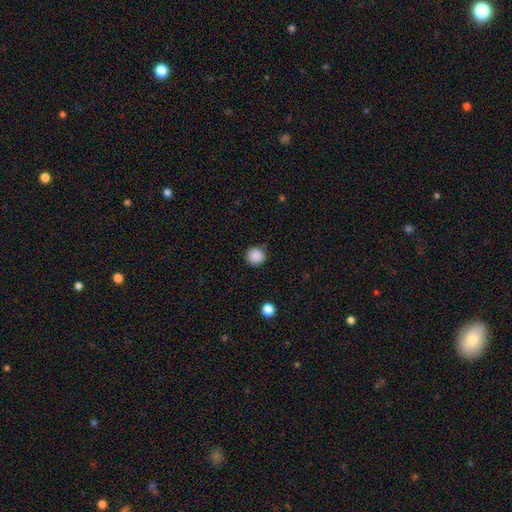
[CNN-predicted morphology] Q: Smooth or featured?
A: smooth (88%); runner-up: star or artifact (10%)
Q: How rounded?
A: round (94%); runner-up: in between (5%)
Q: Merging?
A: none (87%); runner-up: minor disturbance (9%)